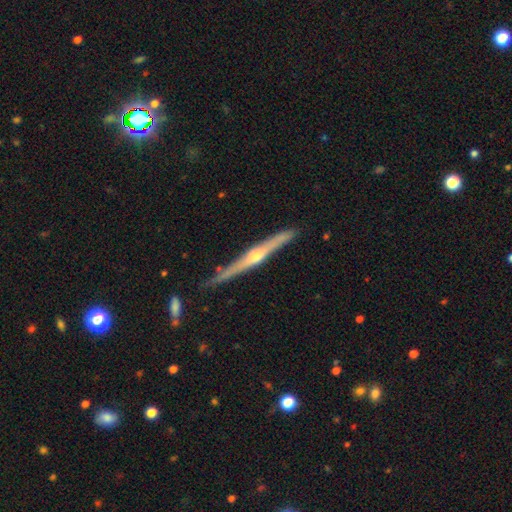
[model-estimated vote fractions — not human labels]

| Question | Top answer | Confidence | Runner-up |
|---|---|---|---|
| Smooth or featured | featured or disk | 78% | smooth (16%) |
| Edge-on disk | yes | 98% | no (2%) |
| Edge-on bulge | rounded | 88% | none (9%) |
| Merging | none | 82% | minor disturbance (14%) |